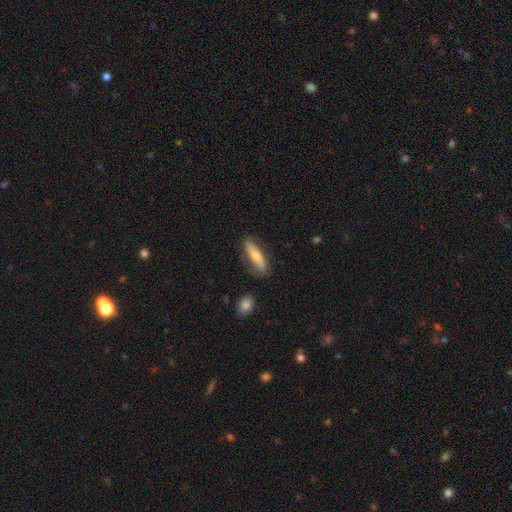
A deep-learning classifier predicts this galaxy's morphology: Smooth or featured: smooth — 55% (featured or disk — 38%)
How rounded: cigar-shaped — 69% (in between — 28%)
Merging: none — 78% (minor disturbance — 16%)